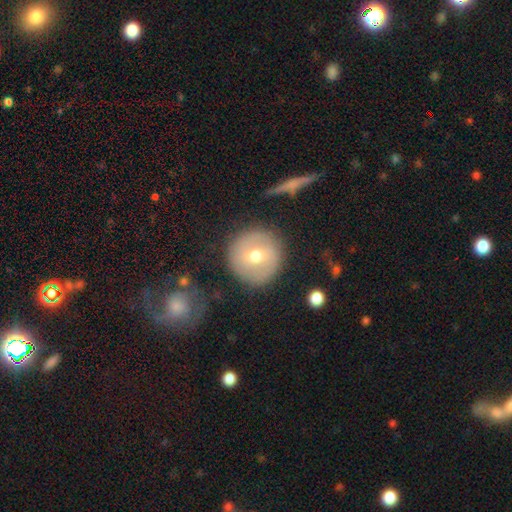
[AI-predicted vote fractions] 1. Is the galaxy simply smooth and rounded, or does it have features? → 61% smooth, 31% featured or disk, 8% star or artifact.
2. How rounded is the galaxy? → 94% round, 5% in between, 1% cigar-shaped.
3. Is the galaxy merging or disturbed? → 85% none, 10% minor disturbance, 3% major disturbance, 2% merger.